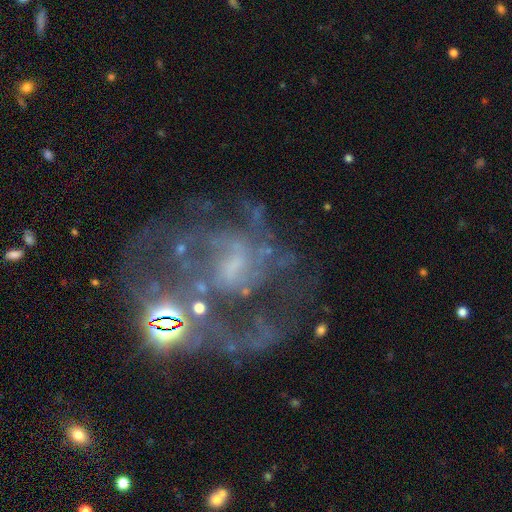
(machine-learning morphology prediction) smooth_or_featured: featured or disk (p=0.73) [alt: star or artifact p=0.18]
disk_edge_on: no (p=0.98) [alt: yes p=0.02]
bar: no (p=0.51) [alt: weak p=0.38]
has_spiral_arms: yes (p=0.71) [alt: no p=0.29]
spiral_winding: medium (p=0.45) [alt: loose p=0.32]
spiral_arm_count: can't tell (p=0.38) [alt: 2 p=0.32]
bulge_size: small (p=0.39) [alt: none p=0.37]
merging: none (p=0.43) [alt: major disturbance p=0.33]